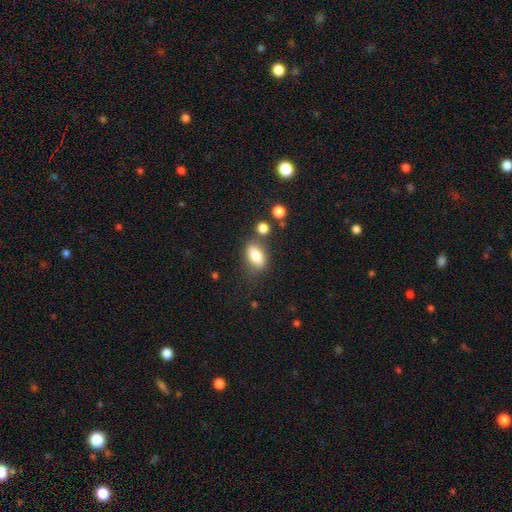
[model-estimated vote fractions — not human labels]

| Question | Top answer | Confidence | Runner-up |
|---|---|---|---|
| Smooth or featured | smooth | 81% | featured or disk (11%) |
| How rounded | in between | 85% | round (11%) |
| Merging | none | 69% | minor disturbance (17%) |